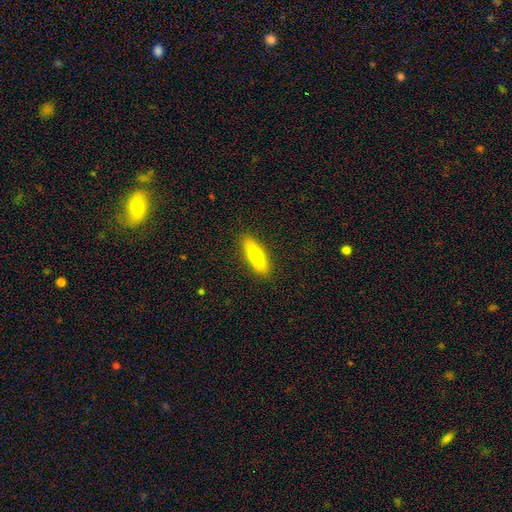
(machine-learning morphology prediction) Smooth or featured? Predicted: smooth (p=0.67). How rounded? Predicted: cigar-shaped (p=0.60). Merging? Predicted: none (p=0.87).